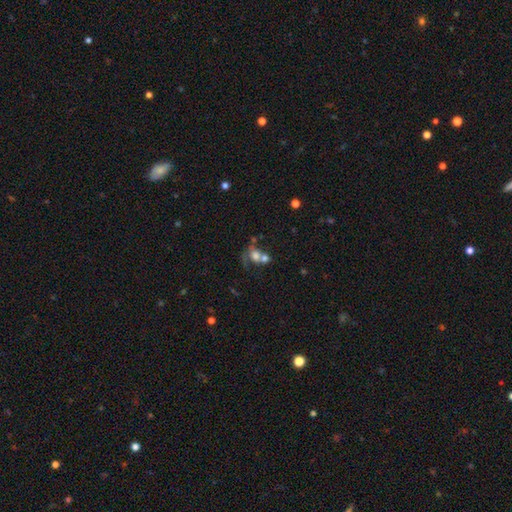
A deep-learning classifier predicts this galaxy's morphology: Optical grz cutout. It shows a smooth galaxy with no disk features (58%) that is round (54%). Merging: merger (58%).